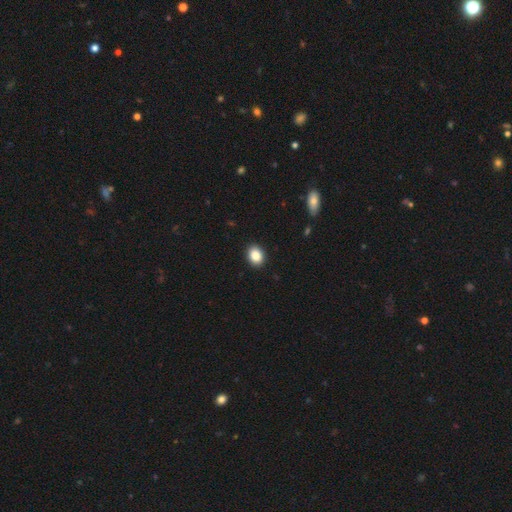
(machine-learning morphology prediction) Smooth or featured: smooth — 87% (star or artifact — 9%)
How rounded: in between — 63% (round — 36%)
Merging: none — 91% (minor disturbance — 6%)